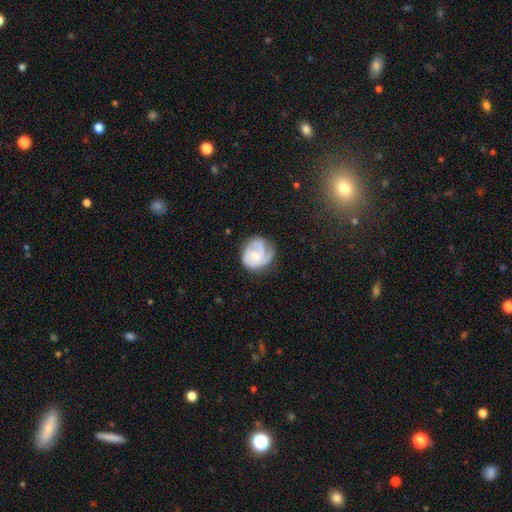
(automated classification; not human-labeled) Smooth or featured?
  - featured or disk: 72% *
  - smooth: 22%
  - star or artifact: 6%
Edge-on disk?
  - no: 98% *
  - yes: 2%
Bar?
  - no: 67% *
  - weak: 28%
  - strong: 5%
Spiral arms?
  - yes: 93% *
  - no: 7%
Spiral winding?
  - tight: 51% *
  - medium: 38%
  - loose: 11%
Spiral arm count?
  - 3: 37% *
  - 2: 32%
  - can't tell: 16%
  - 1: 8%
  - 4: 4%
  - more than 4: 3%
Bulge size?
  - small: 44% *
  - moderate: 40%
  - none: 10%
  - large: 5%
  - dominant: 1%
Merging?
  - none: 60% *
  - minor disturbance: 25%
  - major disturbance: 13%
  - merger: 2%